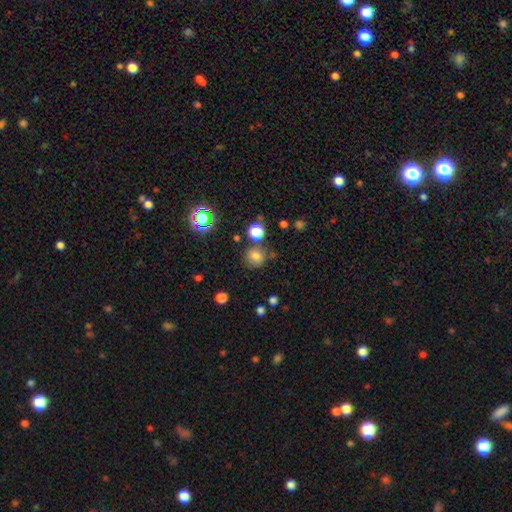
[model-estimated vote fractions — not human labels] A smooth galaxy with no disk features (74%) that is round (88%). Merging: none (75%).